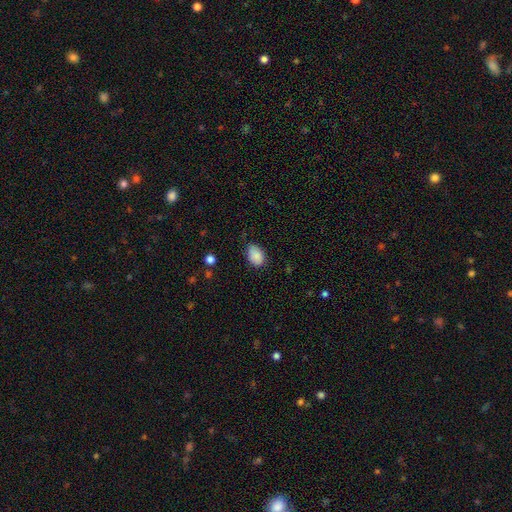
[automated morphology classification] This is clearly a smooth galaxy (88%). How rounded: clearly in between (84%). Merging: likely none (76%).